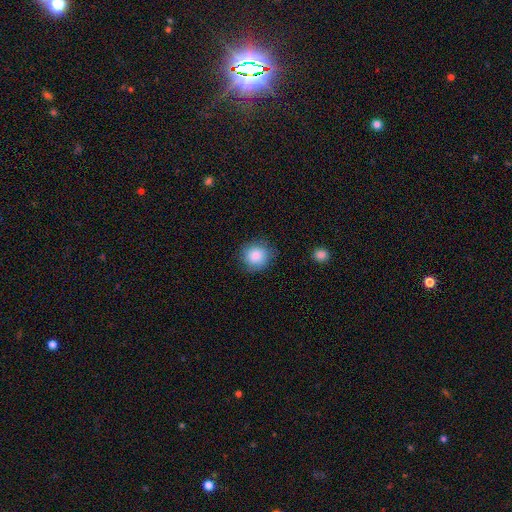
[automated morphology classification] Smooth or featured? Predicted: smooth (p=0.87). How rounded? Predicted: round (p=0.87). Merging? Predicted: none (p=0.84).